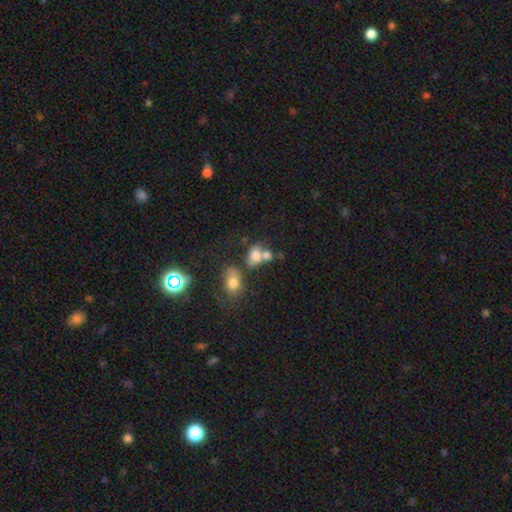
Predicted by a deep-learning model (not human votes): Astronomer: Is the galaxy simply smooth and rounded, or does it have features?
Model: smooth — 73%.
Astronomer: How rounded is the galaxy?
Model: in between — 67%.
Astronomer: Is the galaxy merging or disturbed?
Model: merger — 51% (runner-up: none, 30%).